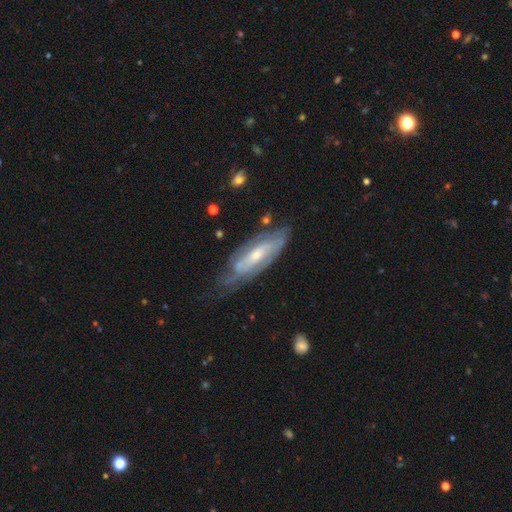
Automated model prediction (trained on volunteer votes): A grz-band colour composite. It shows a featured or disk galaxy (77%) with no bar (43%), tight (56%) spiral arms (85%) and a small central bulge (50%). Merging: none (60%).